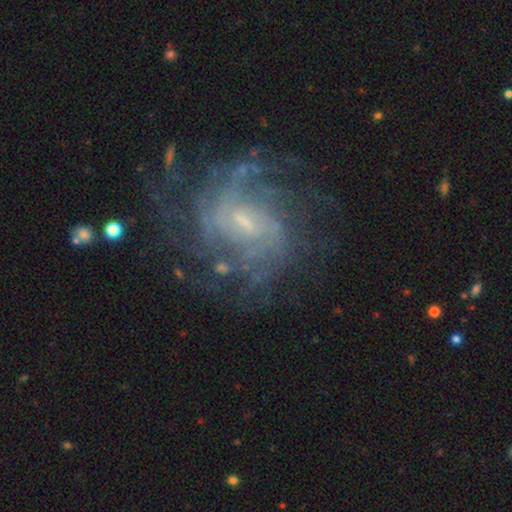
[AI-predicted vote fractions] smooth-or-featured: featured or disk: 84% | star or artifact: 8% | smooth: 7%
  disk-edge-on: no: 98% | yes: 2%
    bar: weak: 58% | strong: 22% | no: 19%
    has-spiral-arms: yes: 94% | no: 6%
      spiral-winding: tight: 48% | medium: 39% | loose: 13%
      spiral-arm-count: can't tell: 36% | 2: 20% | 3: 14% | 4: 13% | more than 4: 9% | 1: 7%
    bulge-size: small: 50% | moderate: 33% | none: 13% | large: 3% | dominant: 1%
  merging: none: 64% | minor disturbance: 16% | major disturbance: 16% | merger: 3%